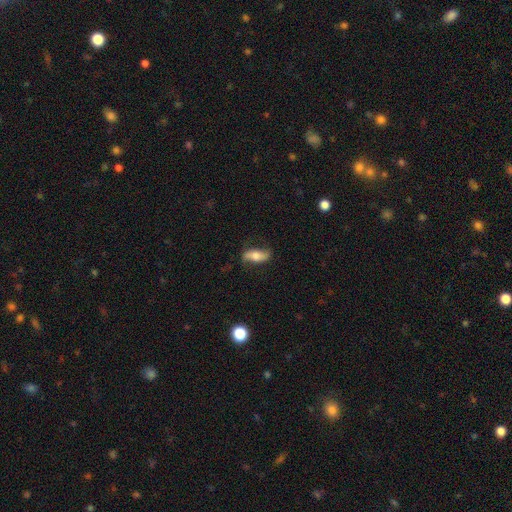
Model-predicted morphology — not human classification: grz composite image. It shows a smooth galaxy with no disk features (47%). Merging: none (70%).